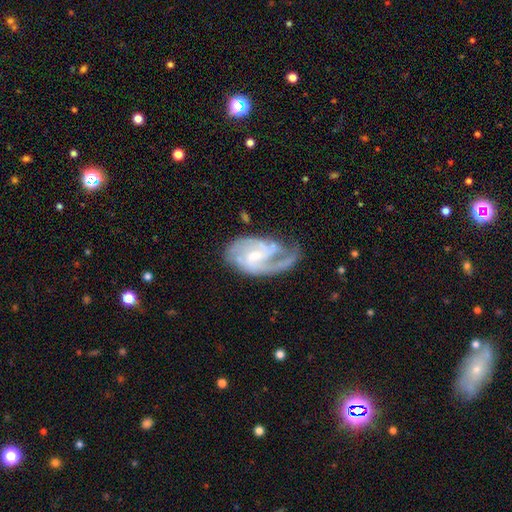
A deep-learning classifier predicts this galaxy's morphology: A featured or disk galaxy (88%) with a weak bar (54%), 2 (51%) medium (49%) spiral arms (96%) and a small central bulge (49%). Merging: none (53%).